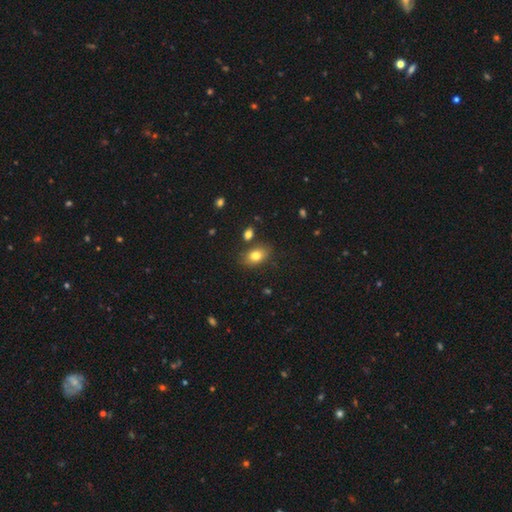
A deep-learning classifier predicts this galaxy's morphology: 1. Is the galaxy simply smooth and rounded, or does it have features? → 79% smooth, 11% featured or disk, 10% star or artifact.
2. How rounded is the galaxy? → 82% in between, 17% round, 2% cigar-shaped.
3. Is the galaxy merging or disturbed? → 77% none, 13% minor disturbance, 7% merger, 3% major disturbance.